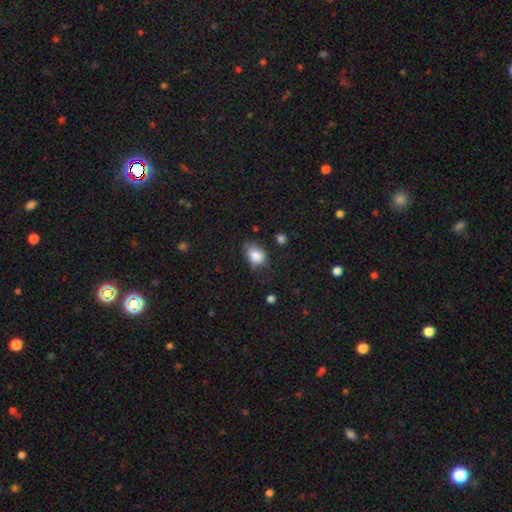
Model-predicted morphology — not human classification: Smooth or featured?
  - smooth: 84% *
  - star or artifact: 9%
  - featured or disk: 8%
How rounded?
  - in between: 74% *
  - round: 25%
  - cigar-shaped: 1%
Merging?
  - none: 51% *
  - minor disturbance: 35%
  - major disturbance: 12%
  - merger: 3%